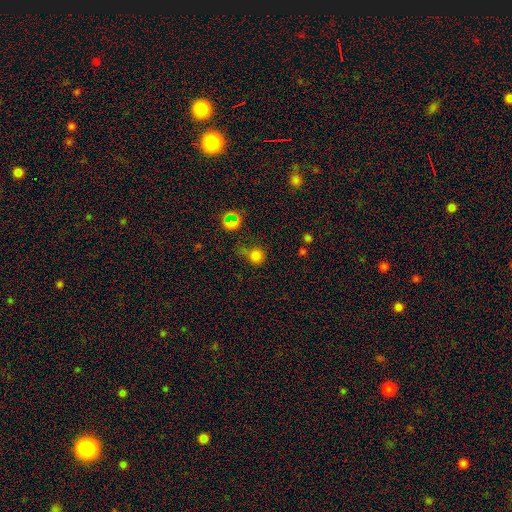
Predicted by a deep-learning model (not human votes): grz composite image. It shows a smooth galaxy with no disk features (75%) that is round (88%). Merging: none (56%).